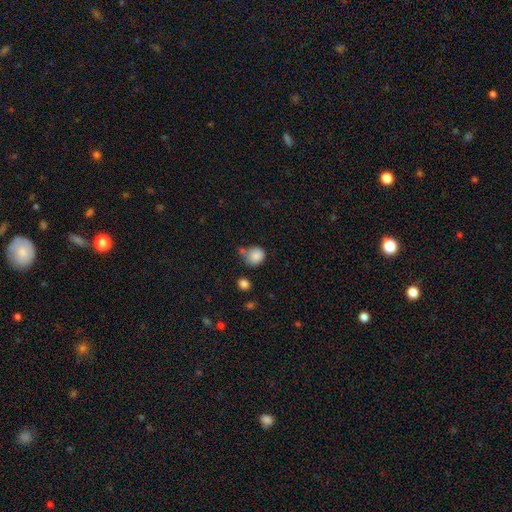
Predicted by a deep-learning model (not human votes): Morphology: type=smooth (86%); roundness=round (80%); merging=none (52%).